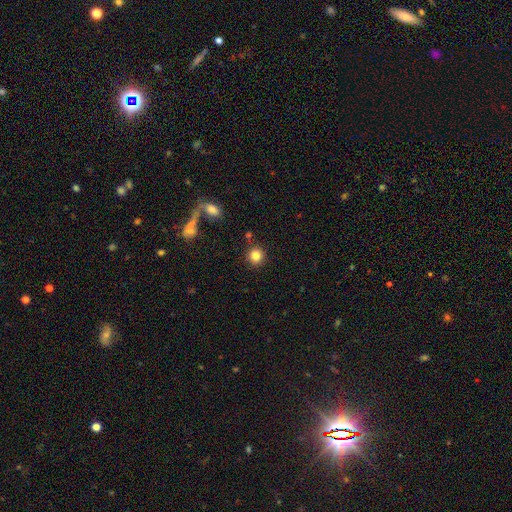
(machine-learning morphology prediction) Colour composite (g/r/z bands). It shows a smooth galaxy with no disk features (82%) that is round (92%). Merging: none (85%).